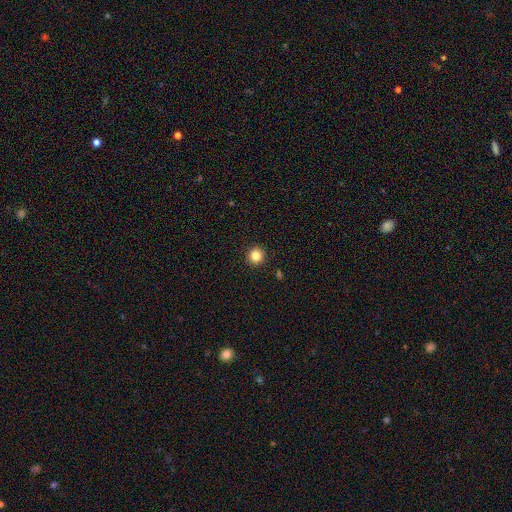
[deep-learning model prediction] Q: Smooth or featured?
A: smooth (85%); runner-up: star or artifact (11%)
Q: How rounded?
A: round (95%); runner-up: in between (4%)
Q: Merging?
A: none (93%); runner-up: minor disturbance (4%)